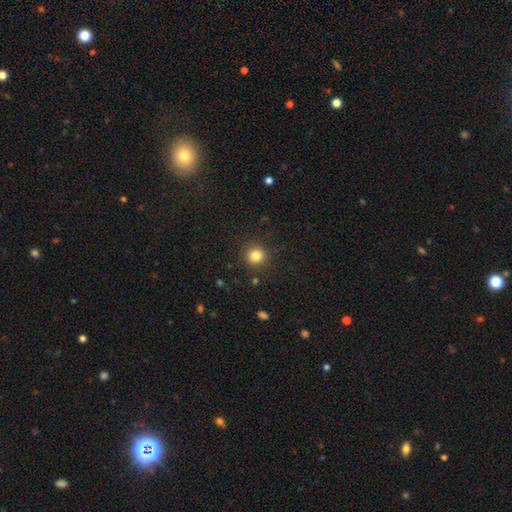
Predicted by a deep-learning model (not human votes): Overall: smooth (82%). How rounded: round (92%). Merging: none (89%).